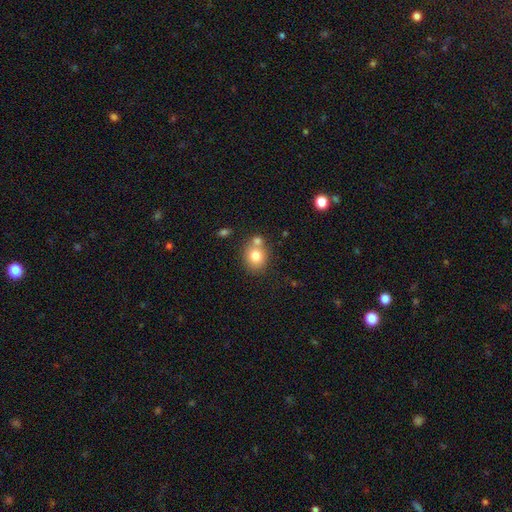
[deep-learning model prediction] This is likely a smooth galaxy (77%). How rounded: likely round (70%). Merging: possibly none (58%).